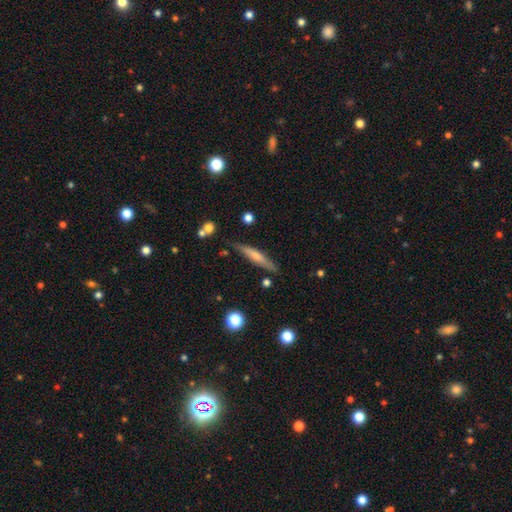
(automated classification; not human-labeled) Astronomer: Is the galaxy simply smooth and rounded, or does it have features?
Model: smooth — 53% (runner-up: featured or disk, 41%).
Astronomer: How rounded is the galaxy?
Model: cigar-shaped — 89%.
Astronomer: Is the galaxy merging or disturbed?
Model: none — 82%.